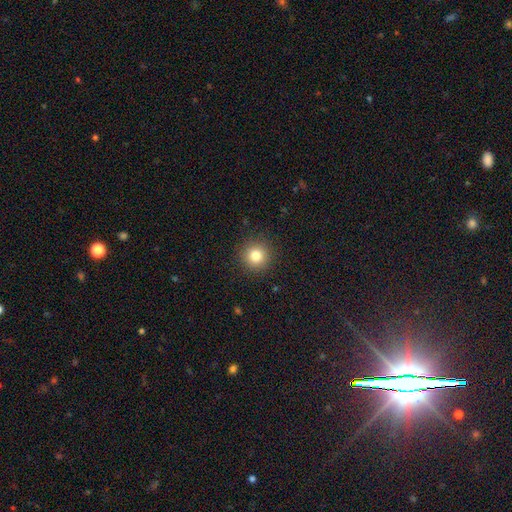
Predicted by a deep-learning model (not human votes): This appears to be a smooth galaxy with no disk features (82%) that is round (95%). Merging: none (91%).